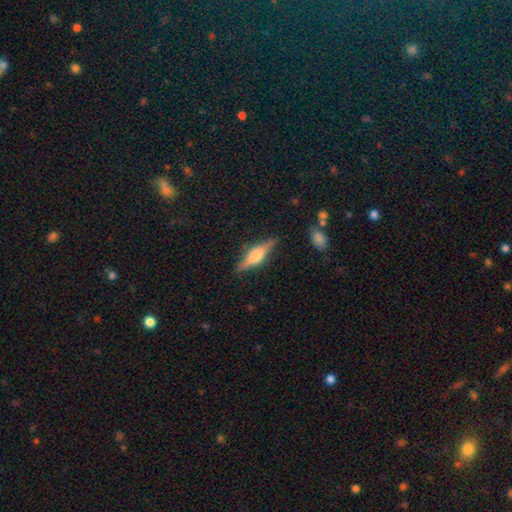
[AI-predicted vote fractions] Morphology: type=featured or disk (65%); edge-on=yes (96%); edge-on bulge=rounded (82%); merging=none (86%).